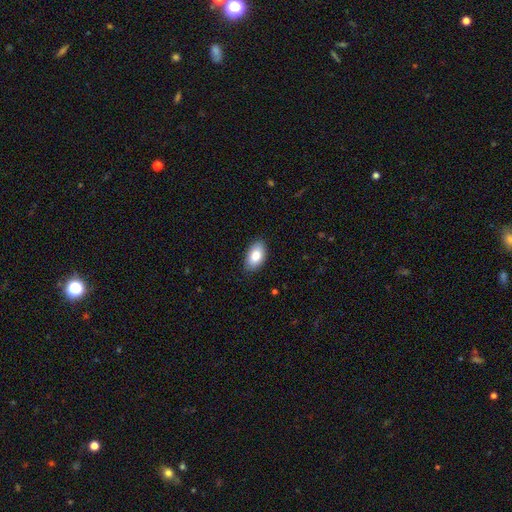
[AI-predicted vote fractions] smooth 83%, featured or disk 11%, star or artifact 7%. Down the decision tree: how rounded — in between (94%); merging — none (84%).